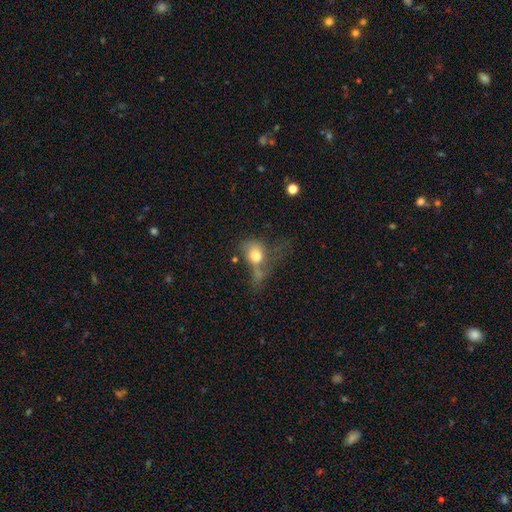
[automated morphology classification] Smooth or featured: smooth — 68% (featured or disk — 21%)
How rounded: round — 53% (in between — 45%)
Merging: major disturbance — 37% (merger — 27%)